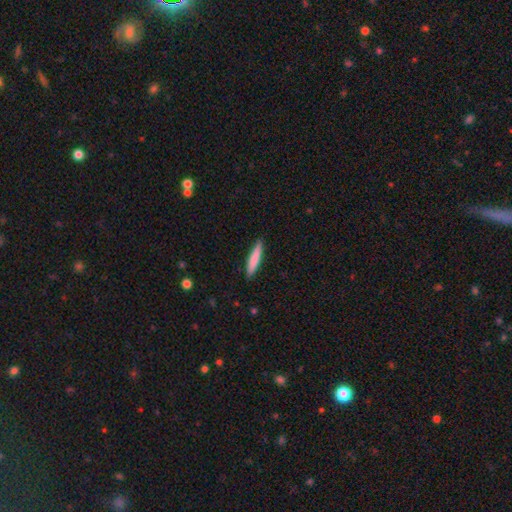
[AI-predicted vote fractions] smooth 77%, featured or disk 17%, star or artifact 6%. Down the decision tree: how rounded — cigar-shaped (91%); merging — none (90%).